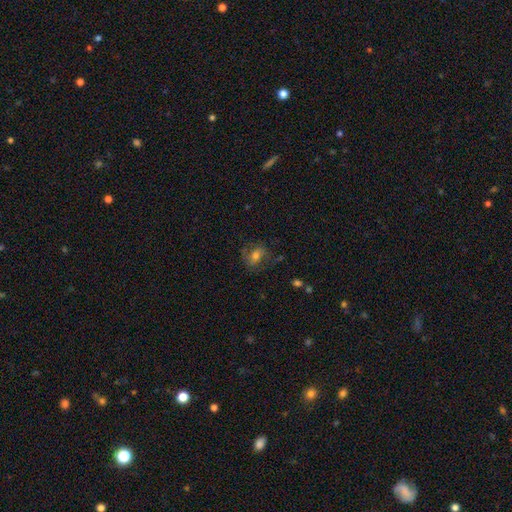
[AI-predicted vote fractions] The model was most divided on "smooth or featured": smooth: 46%, featured or disk: 43%, star or artifact: 11%. More confident: merging — none (65%).